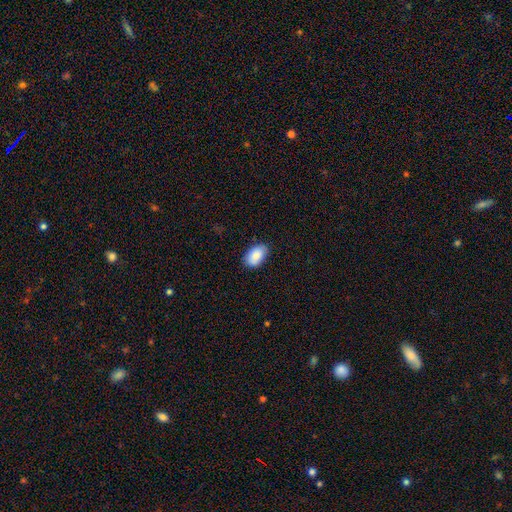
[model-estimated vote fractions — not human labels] This appears to be a smooth galaxy with no disk features (85%) that is in between round and cigar-shaped (92%). Merging: none (83%).